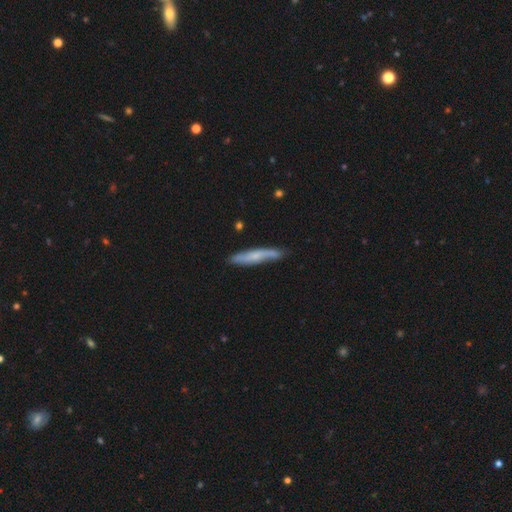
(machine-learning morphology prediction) Smooth or featured: smooth — 51% (featured or disk — 43%)
How rounded: cigar-shaped — 92% (in between — 7%)
Merging: none — 75% (minor disturbance — 19%)